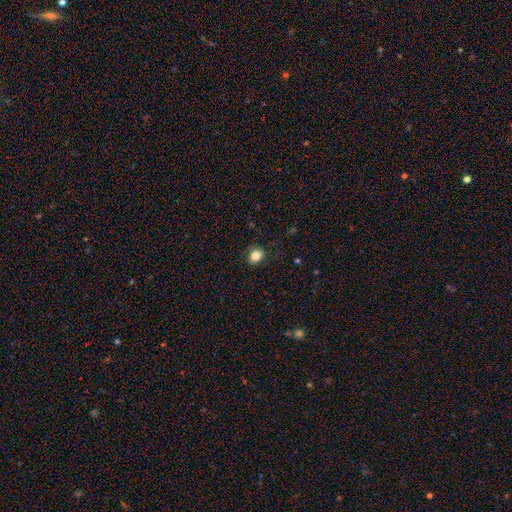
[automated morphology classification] Overall: smooth (84%). How rounded: in between (53%; round 46%). Merging: none (74%).